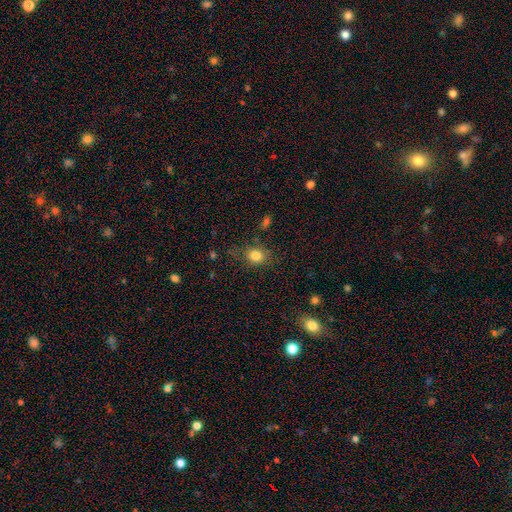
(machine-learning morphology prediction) Q: Smooth or featured?
A: smooth (81%); runner-up: star or artifact (11%)
Q: How rounded?
A: round (59%); runner-up: in between (40%)
Q: Merging?
A: none (73%); runner-up: minor disturbance (18%)